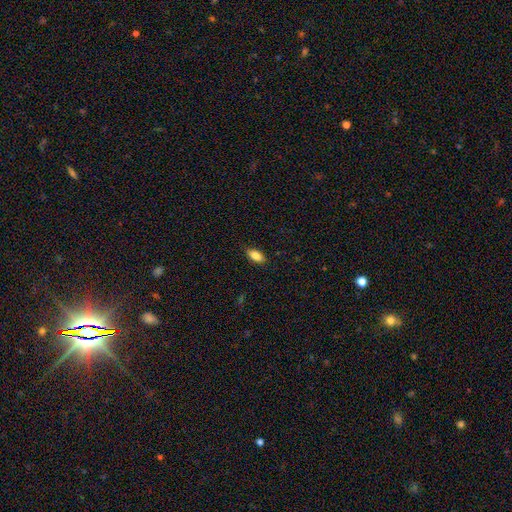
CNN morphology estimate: type=smooth (85%); roundness=in between (88%); merging=none (88%).